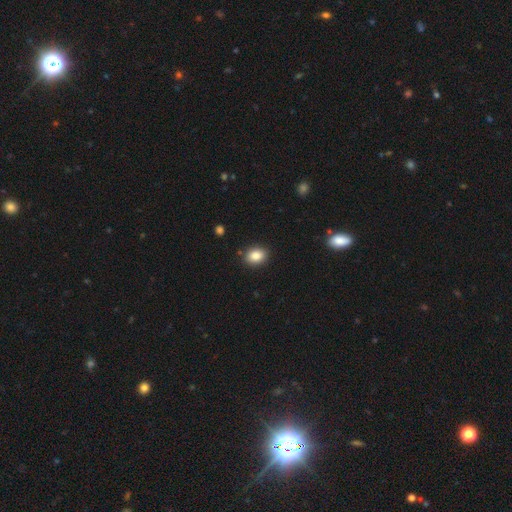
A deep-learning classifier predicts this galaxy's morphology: This is clearly a smooth galaxy (86%). How rounded: likely in between (65%). Merging: clearly none (88%).